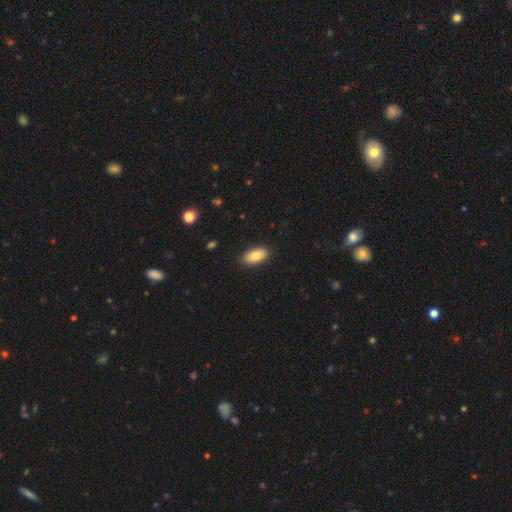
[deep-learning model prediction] smooth 83%, featured or disk 10%, star or artifact 7%. Down the decision tree: how rounded — in between (93%); merging — none (88%).